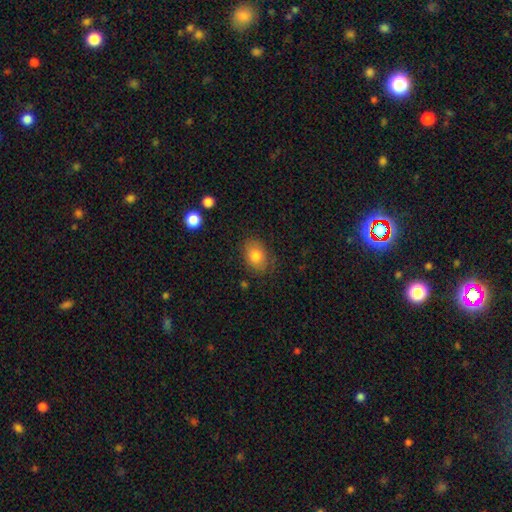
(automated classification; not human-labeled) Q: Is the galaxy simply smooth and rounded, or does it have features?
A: smooth — 80%.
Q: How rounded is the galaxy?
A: in between — 72%.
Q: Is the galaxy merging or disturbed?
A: none — 79%.